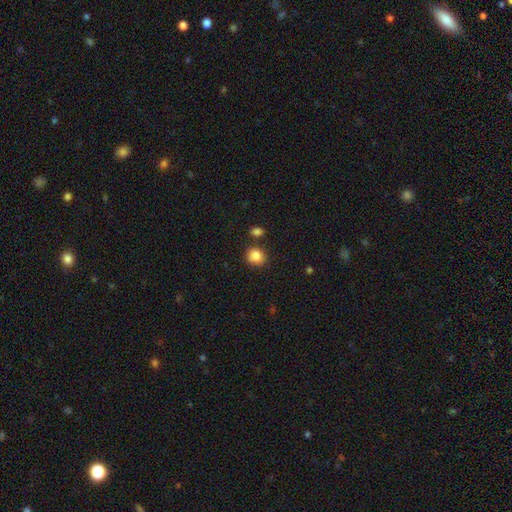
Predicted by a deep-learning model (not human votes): A smooth galaxy with no disk features (86%) that is round (75%).

Vote fractions:
- Smooth or featured? smooth: 86% / star or artifact: 10% / featured or disk: 5%
- How rounded? round: 75% / in between: 24% / cigar-shaped: 1%
- Merging? none: 79% / minor disturbance: 11% / merger: 7% / major disturbance: 3%